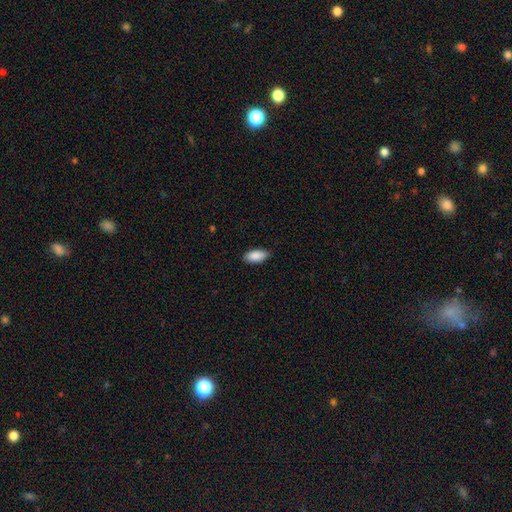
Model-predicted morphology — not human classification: smooth 89%, star or artifact 6%, featured or disk 5%. Down the decision tree: how rounded — in between (91%); merging — none (86%).